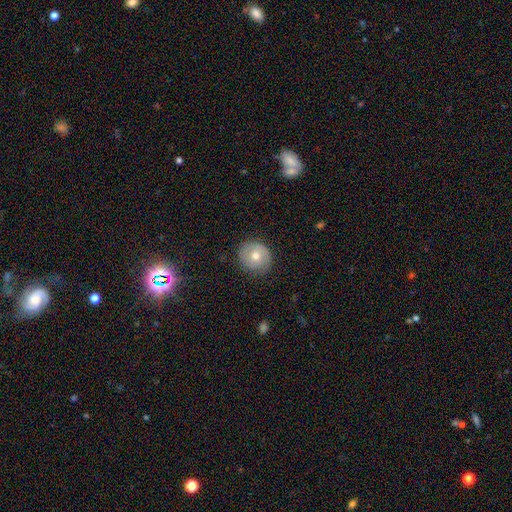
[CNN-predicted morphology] Smooth or featured? Predicted: smooth (p=0.57). How rounded? Predicted: round (p=0.85). Merging? Predicted: none (p=0.81).